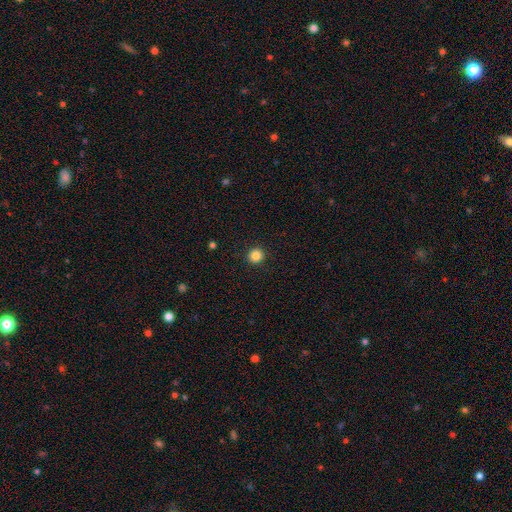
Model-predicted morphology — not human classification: The model was most divided on "smooth or featured": smooth: 86%, star or artifact: 11%, featured or disk: 3%. More confident: how rounded — round (95%); merging — none (93%).